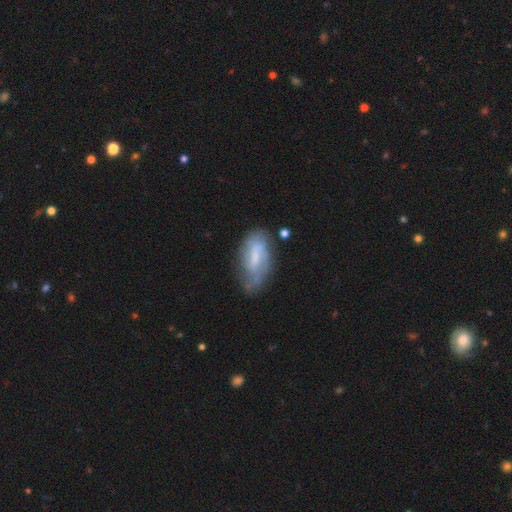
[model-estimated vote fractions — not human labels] Smooth or featured? featured or disk (60%)
Edge-on disk? no (92%)
Bar? weak (49%)
Spiral arms? yes (74%)
Bulge size? small (37%)
Merging? none (54%)